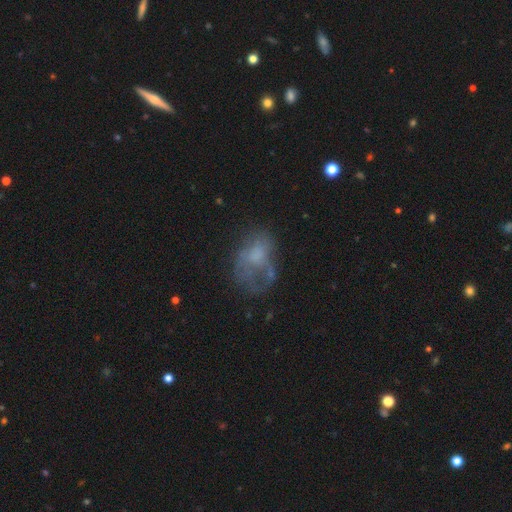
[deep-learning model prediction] Smooth or featured? Predicted: smooth (p=0.44). Merging? Predicted: major disturbance (p=0.37).